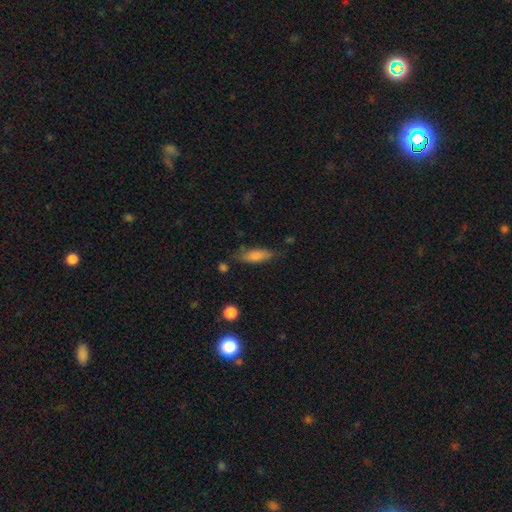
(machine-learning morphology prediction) Overall: smooth (70%). How rounded: cigar-shaped (49%; in between 48%). Merging: none (73%).